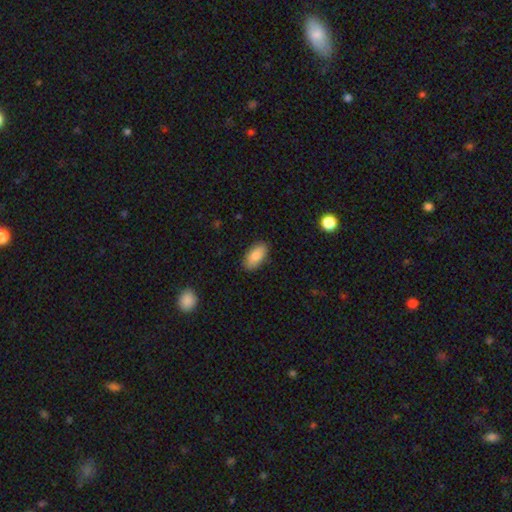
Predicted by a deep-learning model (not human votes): This appears to be a smooth galaxy with no disk features (85%) that is in between round and cigar-shaped (92%). Merging: none (86%).